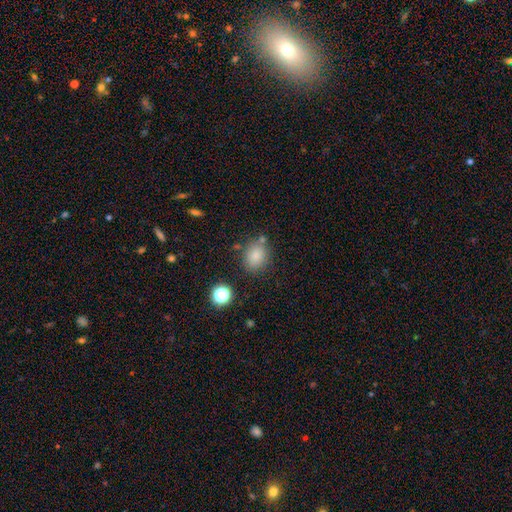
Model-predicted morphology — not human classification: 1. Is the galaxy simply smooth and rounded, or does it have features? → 82% smooth, 11% star or artifact, 7% featured or disk.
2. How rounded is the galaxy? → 54% round, 45% in between, 1% cigar-shaped.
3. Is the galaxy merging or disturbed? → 73% none, 14% minor disturbance, 8% merger, 4% major disturbance.